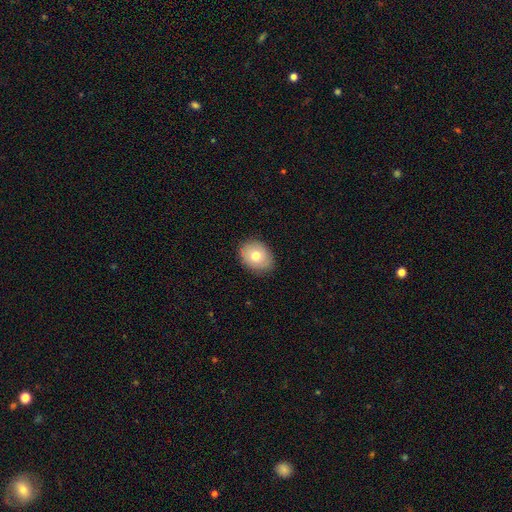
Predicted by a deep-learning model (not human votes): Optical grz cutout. It shows a smooth galaxy with no disk features (73%) that is in between round and cigar-shaped (59%). Merging: none (85%).